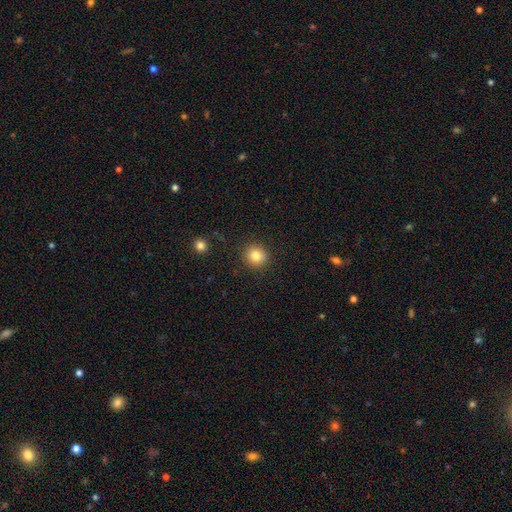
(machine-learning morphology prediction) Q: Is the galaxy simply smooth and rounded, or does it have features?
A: smooth — 82%.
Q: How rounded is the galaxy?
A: round — 90%.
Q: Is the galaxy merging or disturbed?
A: none — 90%.